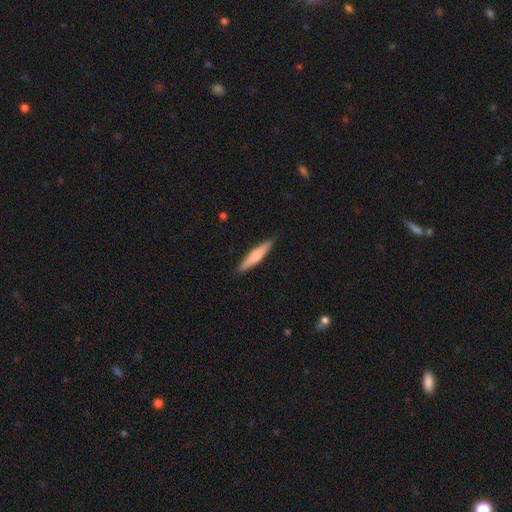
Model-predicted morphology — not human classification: smooth 65%, featured or disk 30%, star or artifact 5%. Down the decision tree: how rounded — cigar-shaped (89%); merging — none (90%).